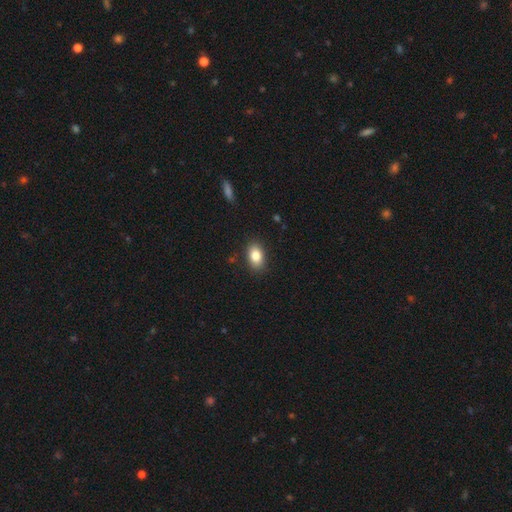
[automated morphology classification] type=smooth (84%); roundness=in between (86%); merging=none (87%).